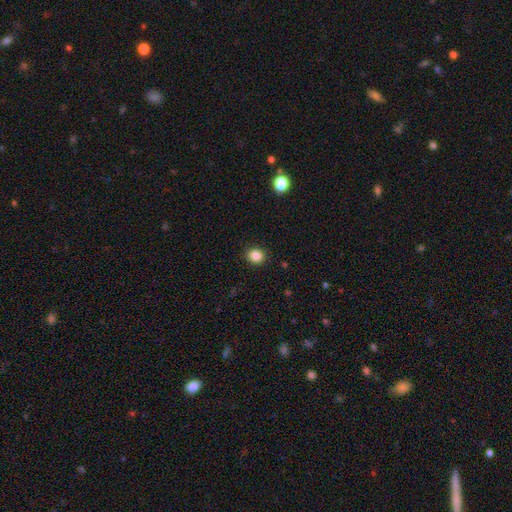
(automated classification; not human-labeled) smooth-or-featured: smooth: 85% | star or artifact: 11% | featured or disk: 4%
  how-rounded: round: 80% | in between: 19% | cigar-shaped: 1%
  merging: none: 91% | minor disturbance: 6% | major disturbance: 2% | merger: 1%